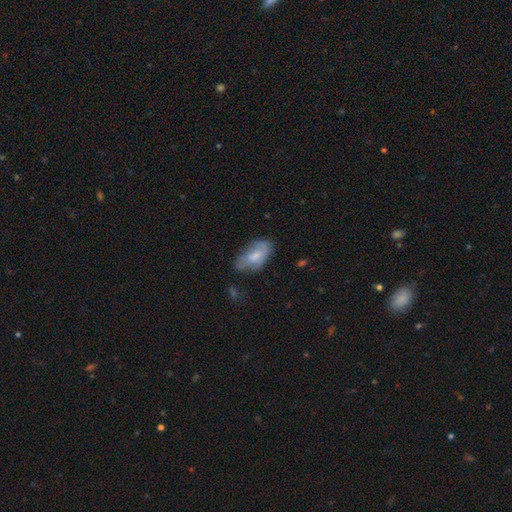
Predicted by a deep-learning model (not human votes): The model was most divided on "merging": none: 50%, minor disturbance: 33%, major disturbance: 13%, merger: 4%. More confident: how rounded — in between (92%); smooth or featured — smooth (61%).